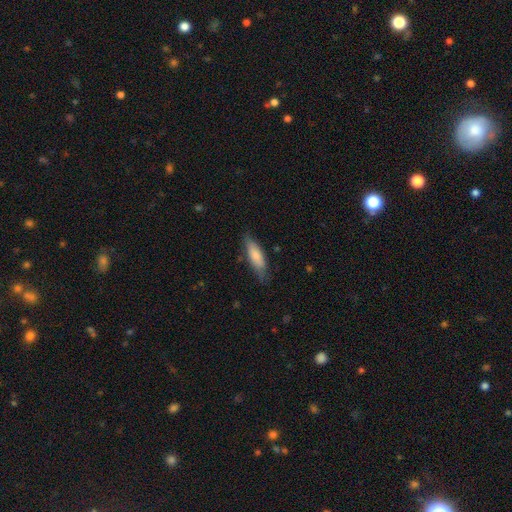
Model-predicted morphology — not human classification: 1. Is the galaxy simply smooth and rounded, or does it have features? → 78% smooth, 17% featured or disk, 6% star or artifact.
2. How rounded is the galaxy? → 52% cigar-shaped, 47% in between, 2% round.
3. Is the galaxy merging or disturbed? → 74% none, 21% minor disturbance, 4% major disturbance, 1% merger.